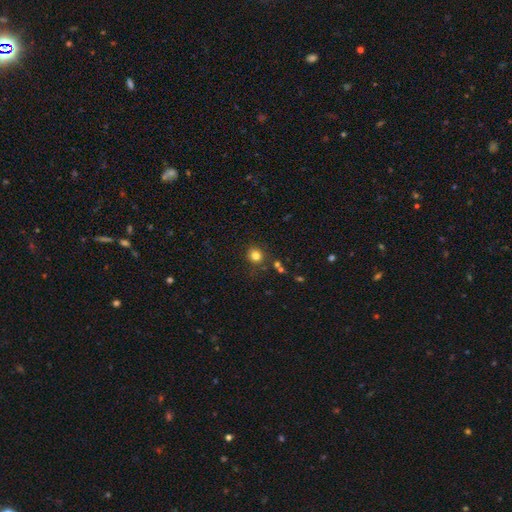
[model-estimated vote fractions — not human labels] smooth_or_featured: smooth (p=0.80) [alt: star or artifact p=0.14]
how_rounded: round (p=0.87) [alt: in between p=0.12]
merging: none (p=0.81) [alt: minor disturbance p=0.11]